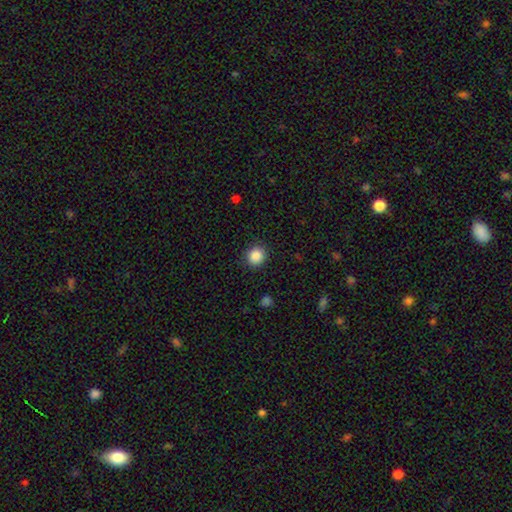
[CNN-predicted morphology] smooth 87%, star or artifact 10%, featured or disk 3%. Down the decision tree: how rounded — round (87%); merging — none (89%).